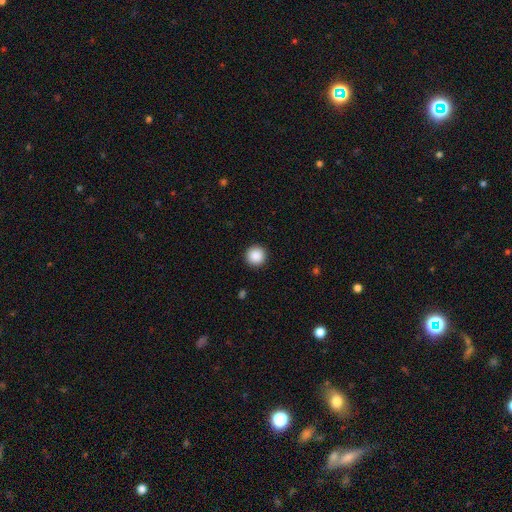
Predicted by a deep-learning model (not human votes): This is clearly a smooth galaxy (89%). How rounded: clearly round (96%). Merging: clearly none (92%).